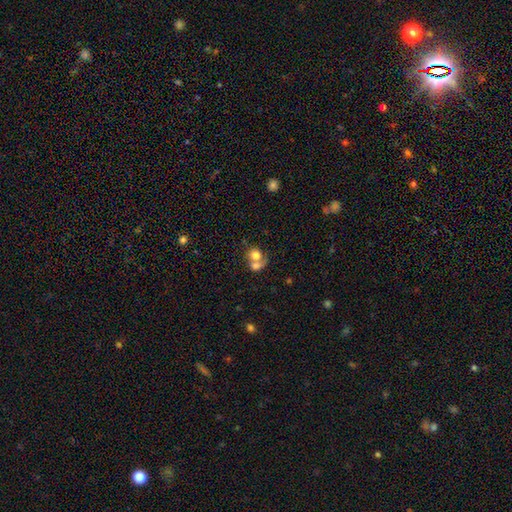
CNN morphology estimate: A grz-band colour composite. It shows a smooth galaxy with no disk features (73%) that is round (70%). Merging: merger (62%).